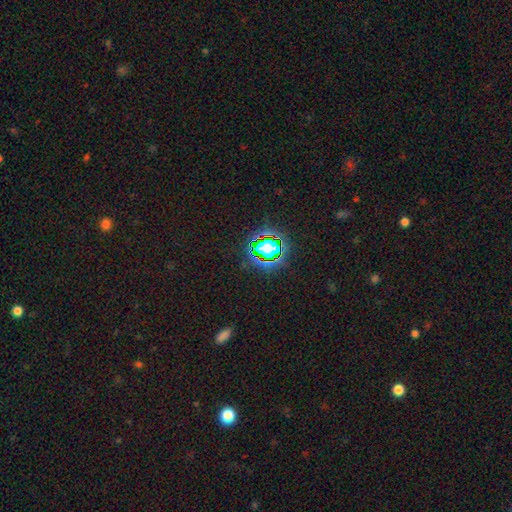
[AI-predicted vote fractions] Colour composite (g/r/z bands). It shows a star or artifact, not a galaxy (79%).